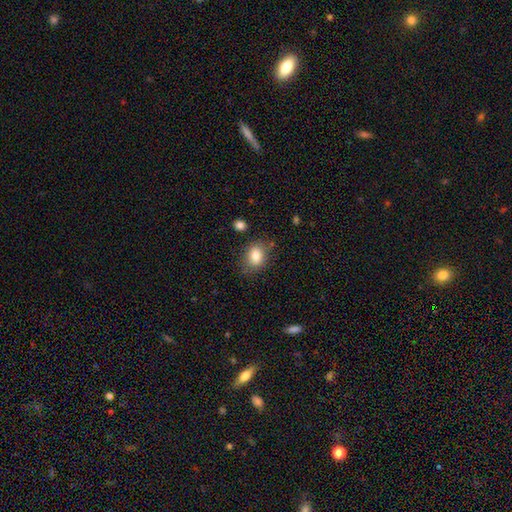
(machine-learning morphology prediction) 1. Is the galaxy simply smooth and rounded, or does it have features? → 84% smooth, 9% star or artifact, 7% featured or disk.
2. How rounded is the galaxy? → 69% in between, 29% round, 1% cigar-shaped.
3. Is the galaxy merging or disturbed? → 75% none, 16% minor disturbance, 5% major disturbance, 4% merger.